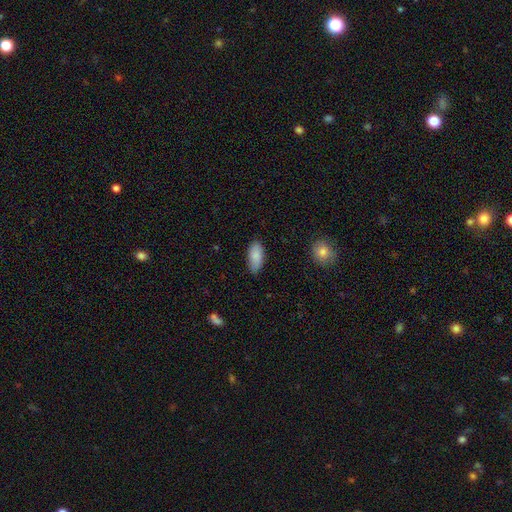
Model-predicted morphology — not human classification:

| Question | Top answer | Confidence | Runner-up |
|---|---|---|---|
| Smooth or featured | smooth | 85% | featured or disk (9%) |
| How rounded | in between | 90% | cigar-shaped (8%) |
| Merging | none | 78% | minor disturbance (18%) |